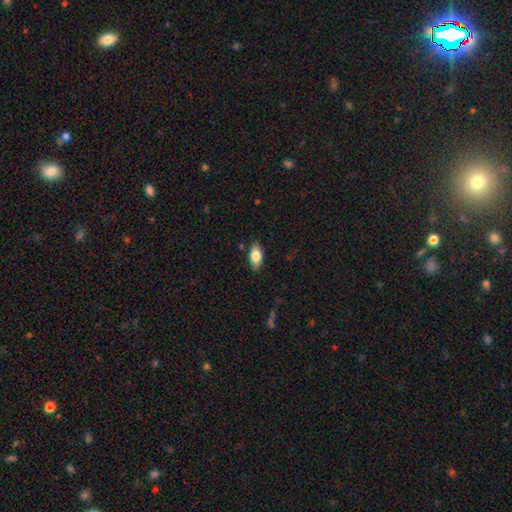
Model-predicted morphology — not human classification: A smooth galaxy with no disk features (80%) that is in between round and cigar-shaped (90%).

Vote fractions:
- Smooth or featured? smooth: 80% / featured or disk: 13% / star or artifact: 7%
- How rounded? in between: 90% / cigar-shaped: 6% / round: 4%
- Merging? none: 85% / minor disturbance: 12% / major disturbance: 2% / merger: 1%